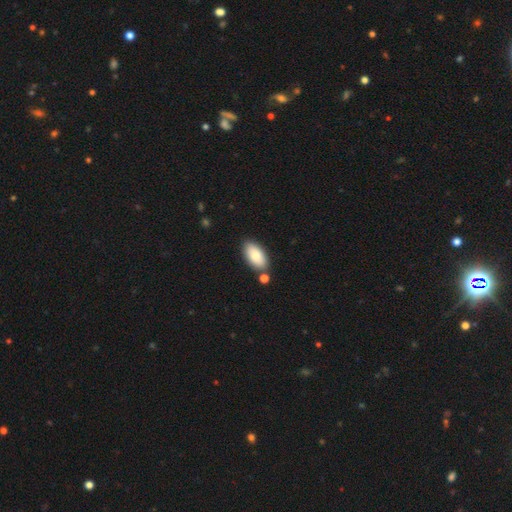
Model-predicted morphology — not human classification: A smooth galaxy with no disk features (80%) that is in between round and cigar-shaped (93%). Merging: none (76%).